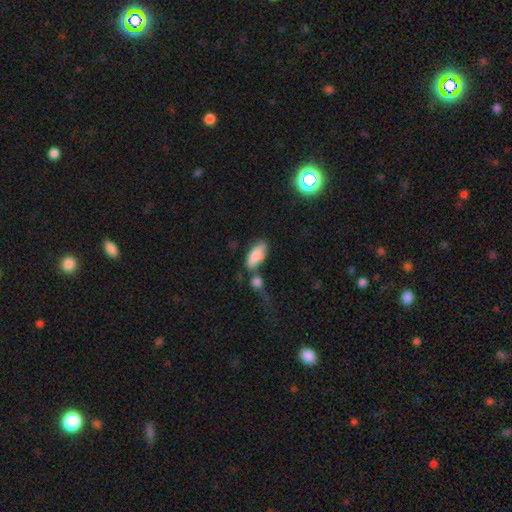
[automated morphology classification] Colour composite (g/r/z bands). It shows a smooth galaxy with no disk features (80%) that is in between round and cigar-shaped (81%). Merging: none (39%).